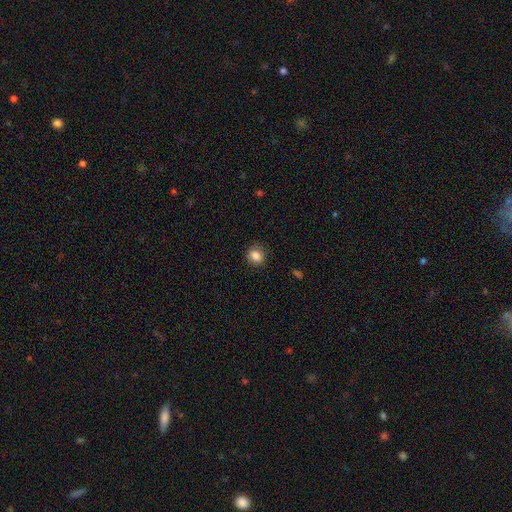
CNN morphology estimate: smooth-or-featured: smooth: 85% | star or artifact: 10% | featured or disk: 6%
  how-rounded: round: 79% | in between: 20% | cigar-shaped: 1%
  merging: none: 86% | minor disturbance: 10% | major disturbance: 3% | merger: 1%